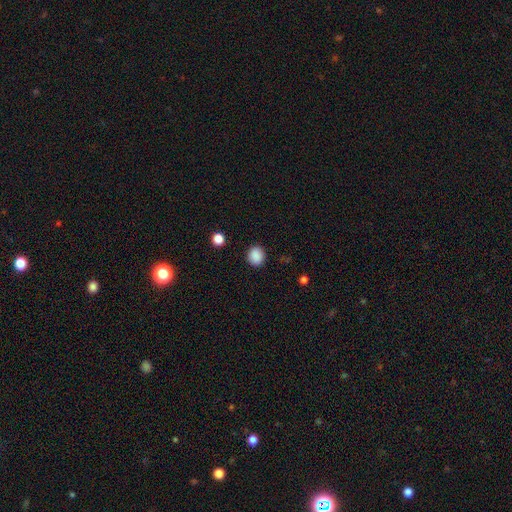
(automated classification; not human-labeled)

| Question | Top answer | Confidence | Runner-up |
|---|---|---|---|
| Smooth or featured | smooth | 88% | star or artifact (9%) |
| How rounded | round | 75% | in between (24%) |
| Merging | none | 89% | minor disturbance (7%) |